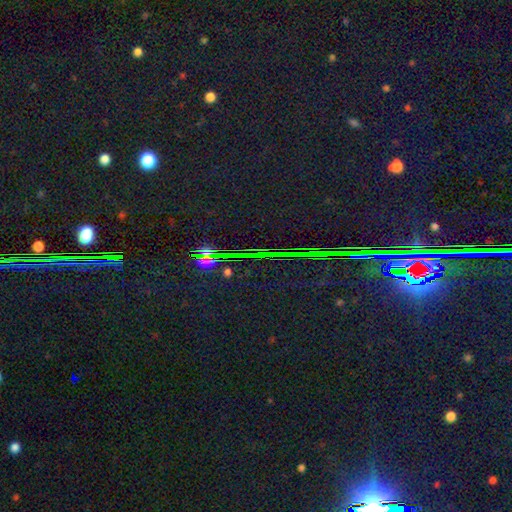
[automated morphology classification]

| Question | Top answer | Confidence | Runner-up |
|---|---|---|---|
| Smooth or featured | star or artifact | 86% | smooth (8%) |